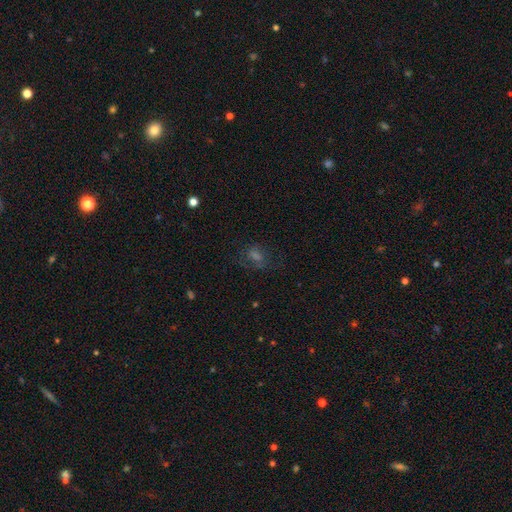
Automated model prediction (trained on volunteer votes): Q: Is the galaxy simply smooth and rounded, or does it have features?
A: smooth — 41%.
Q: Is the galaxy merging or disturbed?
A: none — 61%.